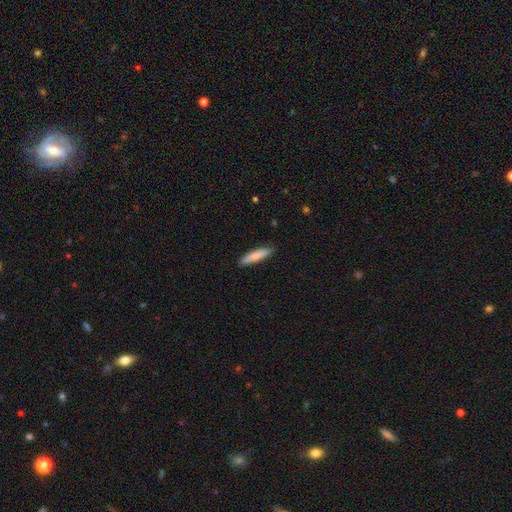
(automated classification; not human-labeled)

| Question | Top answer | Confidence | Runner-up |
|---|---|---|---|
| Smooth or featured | smooth | 78% | featured or disk (16%) |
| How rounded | cigar-shaped | 81% | in between (17%) |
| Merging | none | 87% | minor disturbance (10%) |